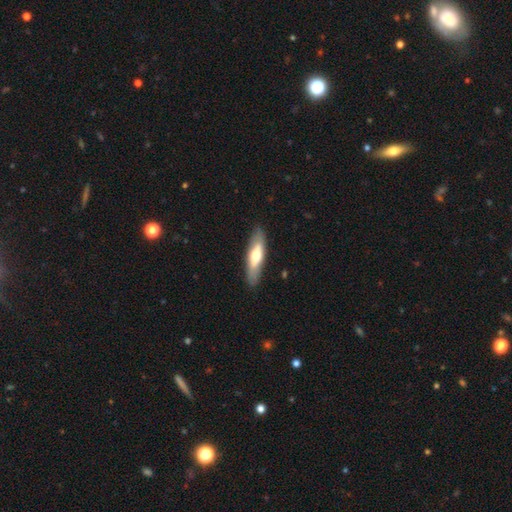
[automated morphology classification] A smooth galaxy with no disk features (55%) that is cigar-shaped (58%). Merging: none (86%).